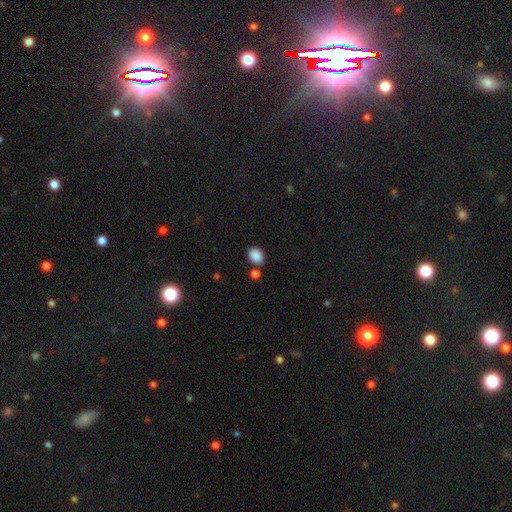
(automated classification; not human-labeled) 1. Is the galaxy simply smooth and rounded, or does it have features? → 88% smooth, 9% star or artifact, 3% featured or disk.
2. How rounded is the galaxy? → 65% in between, 34% round, 1% cigar-shaped.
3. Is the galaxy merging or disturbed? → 75% none, 11% minor disturbance, 11% merger, 3% major disturbance.